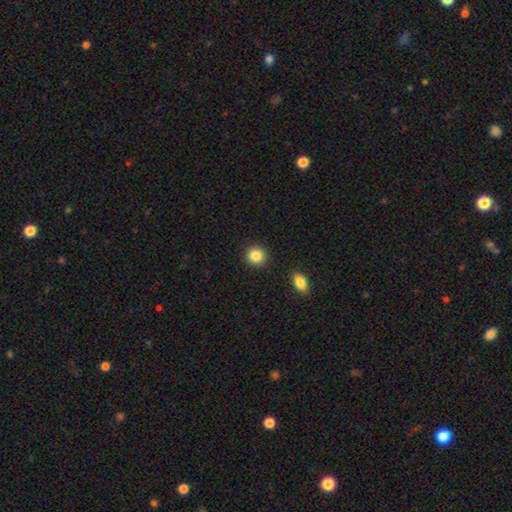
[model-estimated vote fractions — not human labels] Overall: smooth (87%). How rounded: round (91%). Merging: none (91%).